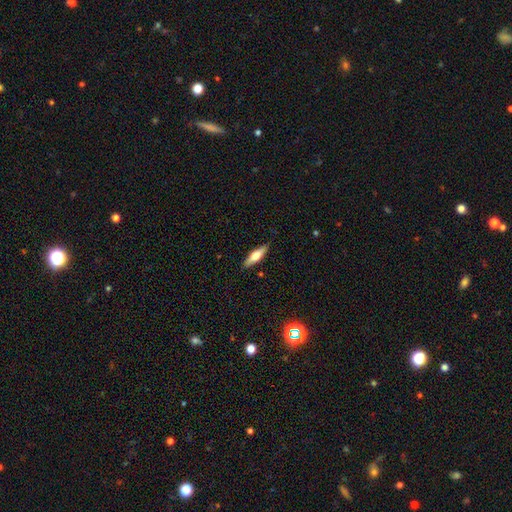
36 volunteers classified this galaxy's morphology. This is possibly a smooth galaxy (53%). How rounded: possibly in between (53%). Merging: clearly none (83%).